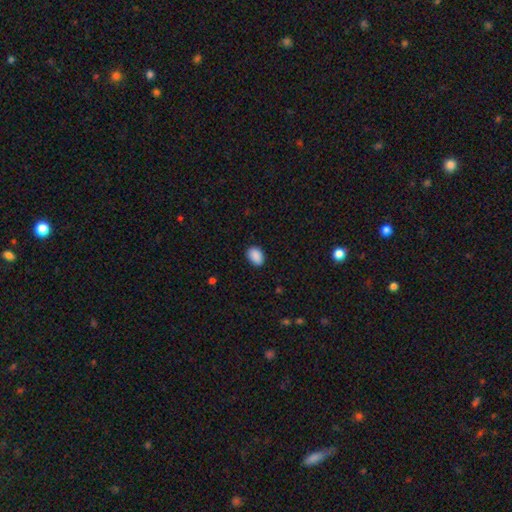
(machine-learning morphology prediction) Smooth or featured? Predicted: smooth (p=0.89). How rounded? Predicted: in between (p=0.81). Merging? Predicted: none (p=0.86).